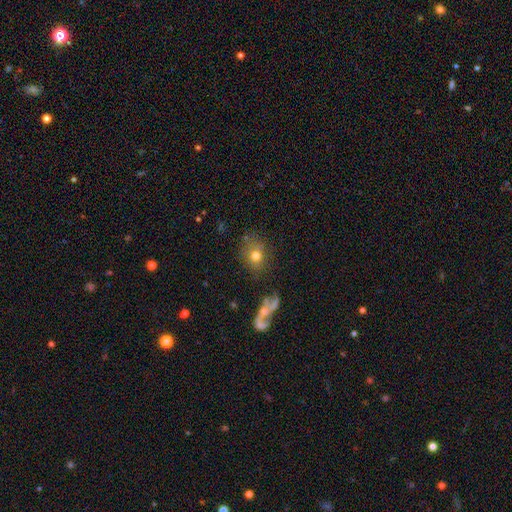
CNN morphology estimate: The model was most divided on "how rounded": round: 65%, in between: 33%, cigar-shaped: 2%. More confident: smooth or featured — smooth (70%); merging — none (69%).